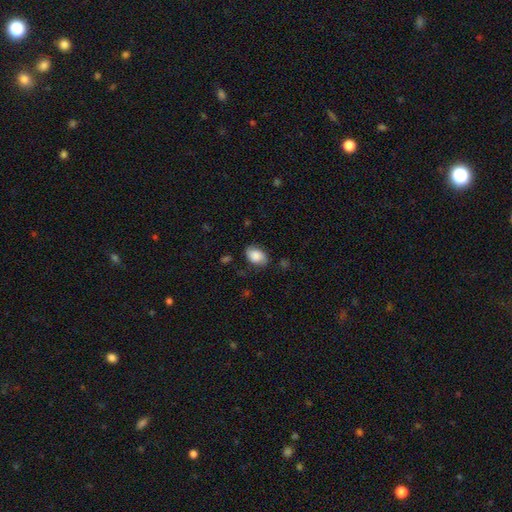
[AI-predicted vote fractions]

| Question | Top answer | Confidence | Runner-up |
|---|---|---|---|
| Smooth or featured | smooth | 83% | featured or disk (10%) |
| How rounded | in between | 86% | round (13%) |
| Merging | none | 75% | minor disturbance (19%) |